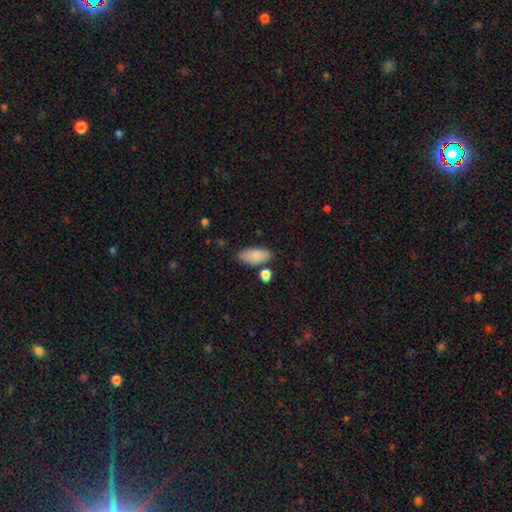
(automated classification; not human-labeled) Q: Smooth or featured?
A: smooth (85%); runner-up: featured or disk (9%)
Q: How rounded?
A: in between (90%); runner-up: cigar-shaped (7%)
Q: Merging?
A: none (73%); runner-up: minor disturbance (16%)